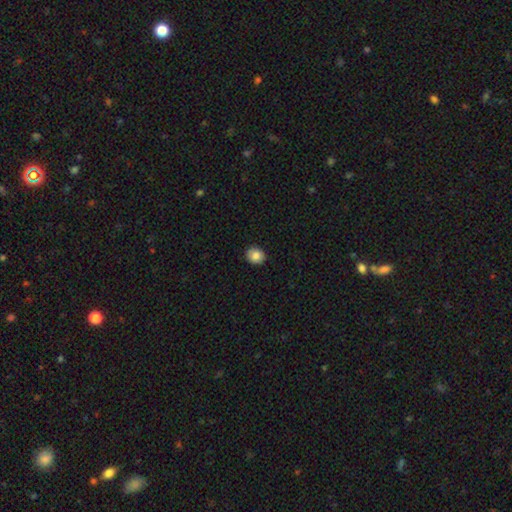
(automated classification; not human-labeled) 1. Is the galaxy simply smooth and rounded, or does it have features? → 84% smooth, 8% star or artifact, 7% featured or disk.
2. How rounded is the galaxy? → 64% round, 35% in between, 1% cigar-shaped.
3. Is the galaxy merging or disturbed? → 90% none, 8% minor disturbance, 2% major disturbance, 1% merger.